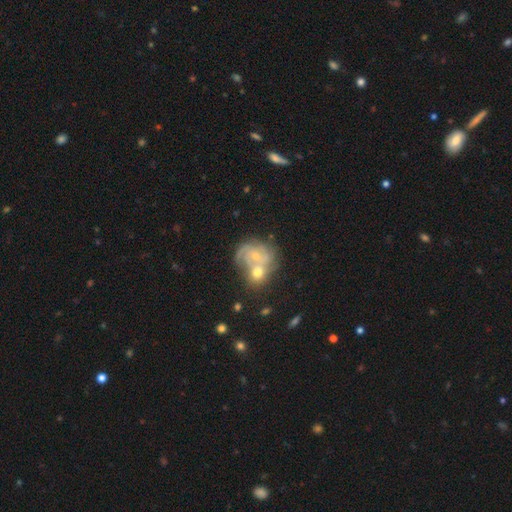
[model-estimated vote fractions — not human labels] smooth_or_featured: featured or disk (p=0.68) [alt: smooth p=0.24]
disk_edge_on: no (p=0.98) [alt: yes p=0.02]
bar: no (p=0.67) [alt: weak p=0.28]
has_spiral_arms: yes (p=0.86) [alt: no p=0.14]
spiral_winding: tight (p=0.47) [alt: medium p=0.39]
spiral_arm_count: can't tell (p=0.32) [alt: 2 p=0.30]
bulge_size: small (p=0.59) [alt: moderate p=0.33]
merging: merger (p=0.50) [alt: none p=0.30]